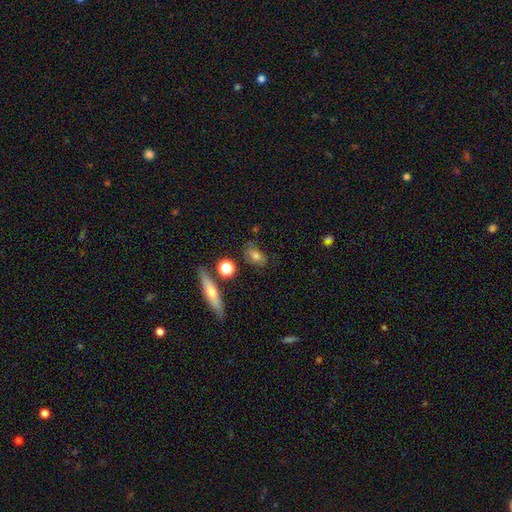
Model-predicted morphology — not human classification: Overall: smooth (69%). How rounded: in between (74%). Merging: none (72%).